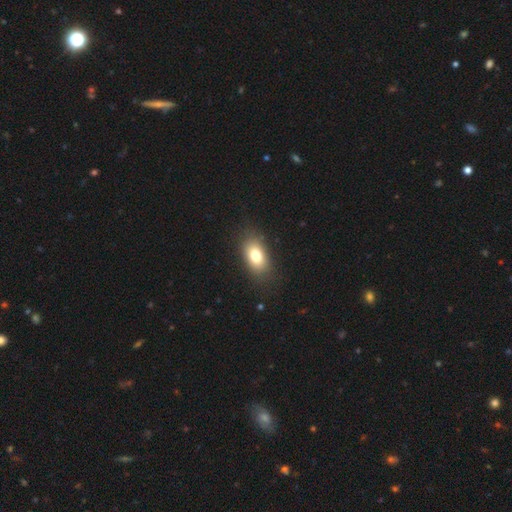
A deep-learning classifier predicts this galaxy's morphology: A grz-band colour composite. It shows a smooth galaxy with no disk features (77%) that is in between round and cigar-shaped (87%). Merging: none (84%).